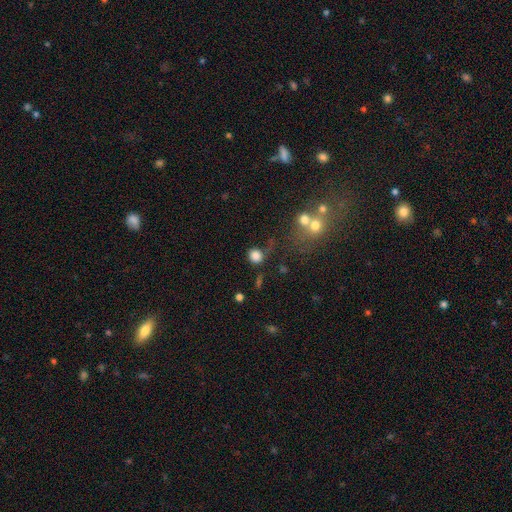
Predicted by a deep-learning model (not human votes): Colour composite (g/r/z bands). It shows a smooth galaxy with no disk features (82%) that is round (83%). Merging: none (61%).